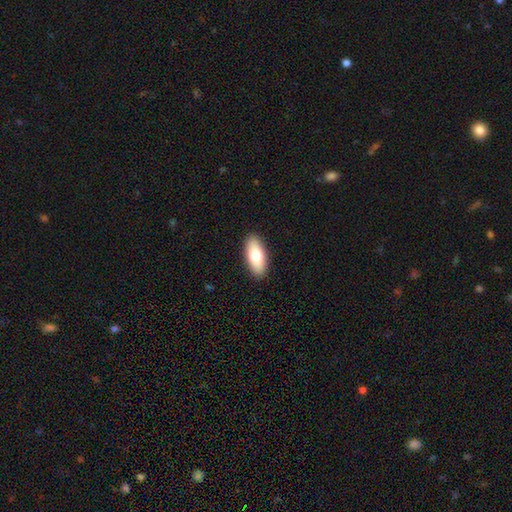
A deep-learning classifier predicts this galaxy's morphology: Smooth or featured?
  - smooth: 78% *
  - featured or disk: 16%
  - star or artifact: 6%
How rounded?
  - in between: 86% *
  - cigar-shaped: 12%
  - round: 2%
Merging?
  - none: 91% *
  - minor disturbance: 7%
  - major disturbance: 2%
  - merger: 1%